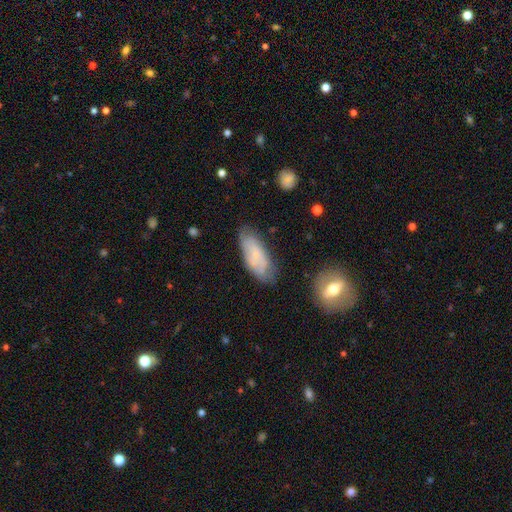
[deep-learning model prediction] smooth 56%, featured or disk 36%, star or artifact 8%. Down the decision tree: how rounded — in between (80%); merging — none (68%).